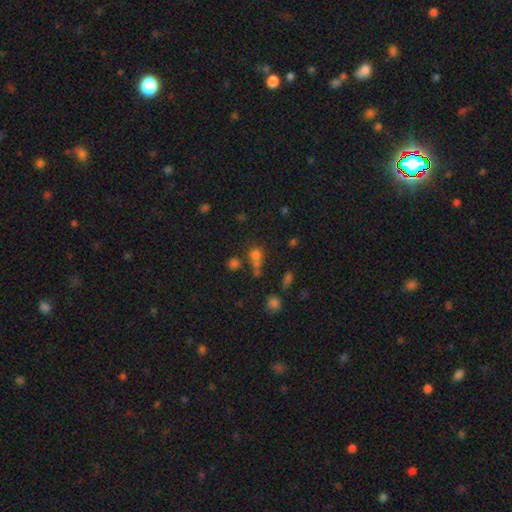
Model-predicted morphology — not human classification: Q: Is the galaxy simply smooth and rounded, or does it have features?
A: smooth — 68%.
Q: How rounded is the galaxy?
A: round — 81%.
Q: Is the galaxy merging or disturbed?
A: none — 51%.